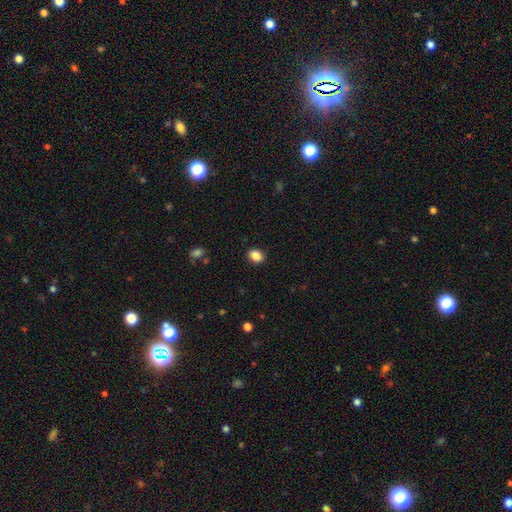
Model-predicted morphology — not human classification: A smooth galaxy with no disk features (87%) that is in between round and cigar-shaped (68%). Merging: none (89%).